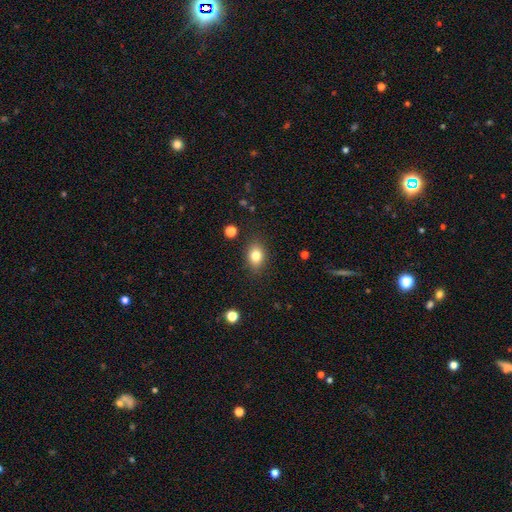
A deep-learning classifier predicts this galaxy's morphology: A smooth galaxy with no disk features (81%) that is in between round and cigar-shaped (67%). Merging: none (85%).